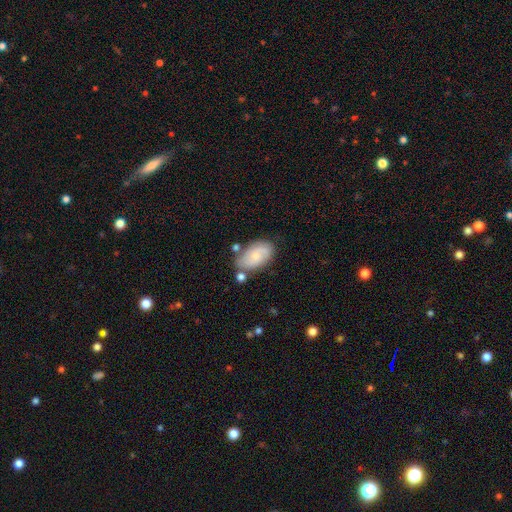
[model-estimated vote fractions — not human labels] A smooth galaxy with no disk features (54%) that is in between round and cigar-shaped (93%).

Vote fractions:
- Smooth or featured? smooth: 54% / featured or disk: 39% / star or artifact: 7%
- How rounded? in between: 93% / round: 5% / cigar-shaped: 2%
- Merging? none: 62% / minor disturbance: 21% / merger: 10% / major disturbance: 6%